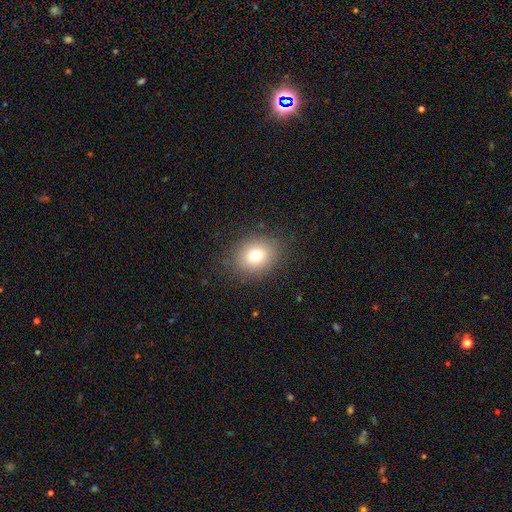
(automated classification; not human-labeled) This is likely a smooth galaxy (76%). How rounded: possibly round (57%). Merging: clearly none (86%).